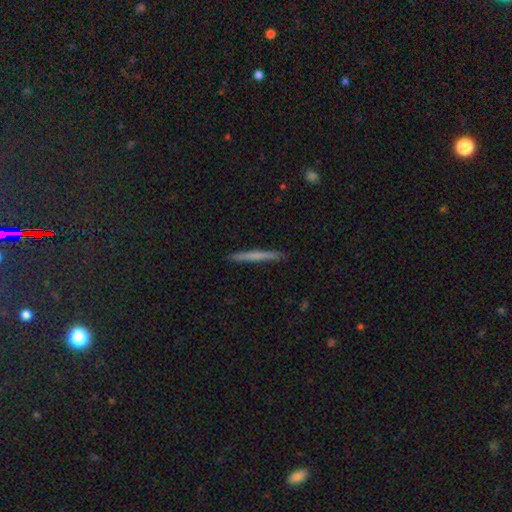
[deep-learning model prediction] A smooth galaxy with no disk features (59%) that is cigar-shaped (97%). Merging: none (92%).